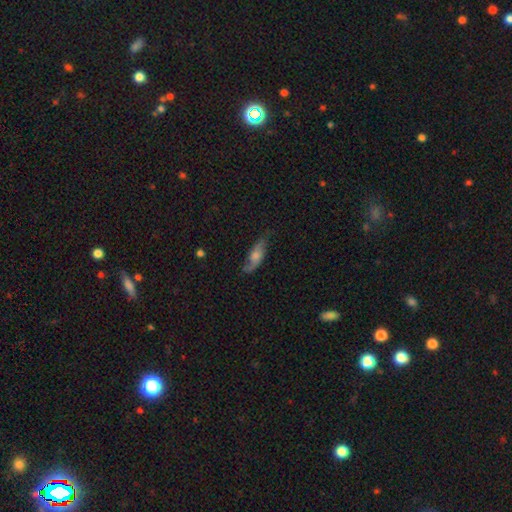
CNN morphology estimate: Smooth or featured? Predicted: featured or disk (p=0.58). Edge-on disk? Predicted: no (p=0.74). Merging? Predicted: none (p=0.65).